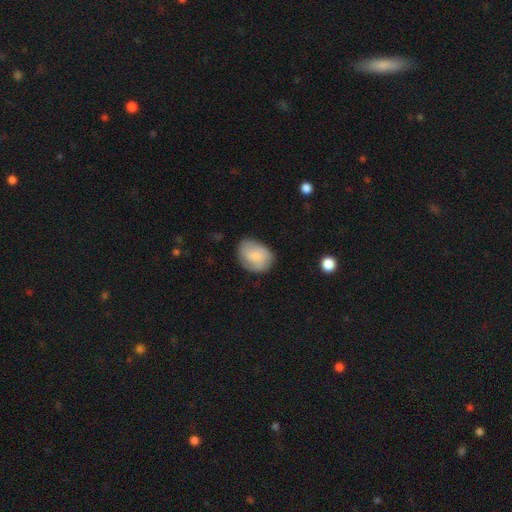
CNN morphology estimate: Smooth or featured: smooth — 64% (featured or disk — 29%)
How rounded: in between — 62% (round — 37%)
Merging: none — 71% (minor disturbance — 22%)